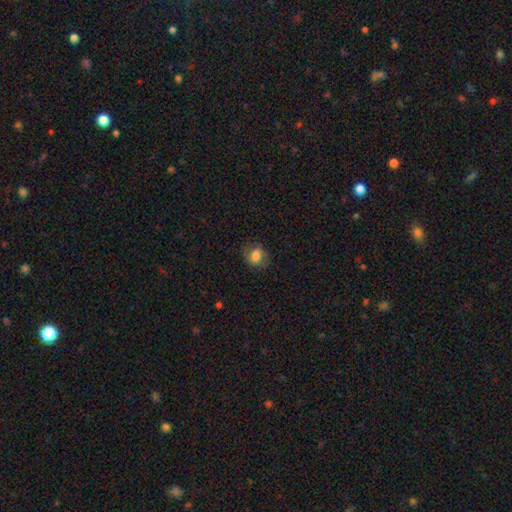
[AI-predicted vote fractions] This is likely a smooth galaxy (69%). How rounded: possibly in between (57%). Merging: likely none (72%).